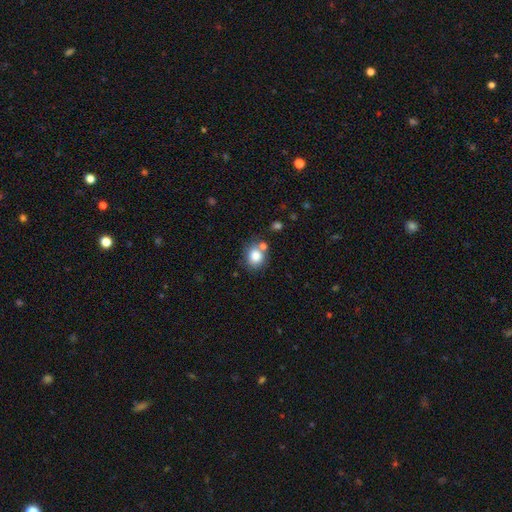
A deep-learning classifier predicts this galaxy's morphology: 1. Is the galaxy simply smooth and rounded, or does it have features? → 82% smooth, 10% star or artifact, 8% featured or disk.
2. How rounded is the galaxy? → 69% round, 30% in between, 1% cigar-shaped.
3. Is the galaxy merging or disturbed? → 64% none, 18% merger, 13% minor disturbance, 4% major disturbance.